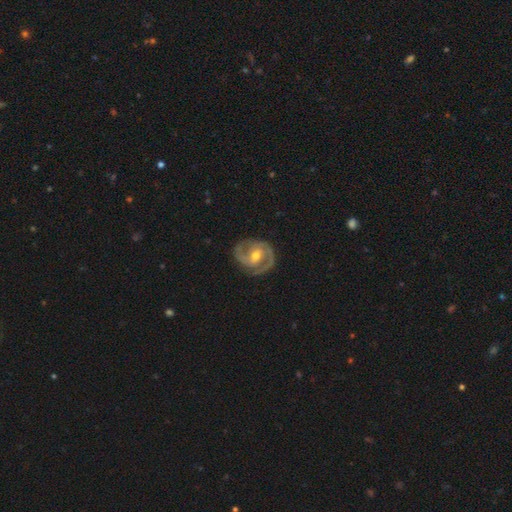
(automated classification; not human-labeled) smooth-or-featured: featured or disk: 89% | smooth: 7% | star or artifact: 4%
  disk-edge-on: no: 98% | yes: 2%
    bar: weak: 47% | no: 32% | strong: 20%
    has-spiral-arms: yes: 96% | no: 4%
      spiral-winding: medium: 49% | tight: 40% | loose: 11%
      spiral-arm-count: 2: 83% | 3: 6% | can't tell: 5% | 1: 3% | 4: 2% | more than 4: 2%
    bulge-size: moderate: 70% | small: 25% | large: 3% | none: 1% | dominant: 1%
  merging: none: 78% | minor disturbance: 15% | major disturbance: 6% | merger: 1%